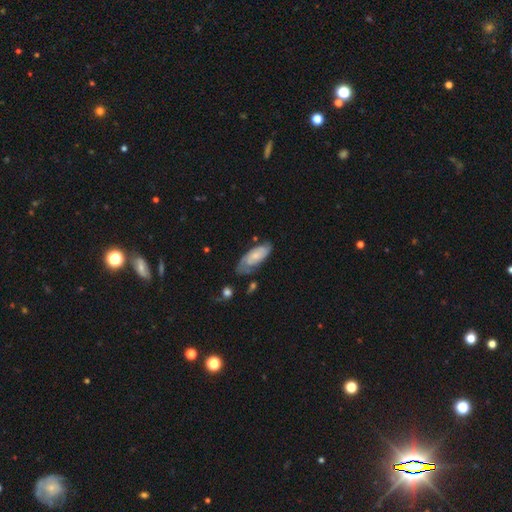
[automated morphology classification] Overall: smooth (49%; featured or disk 45%). Merging: none (58%; minor disturbance 28%).